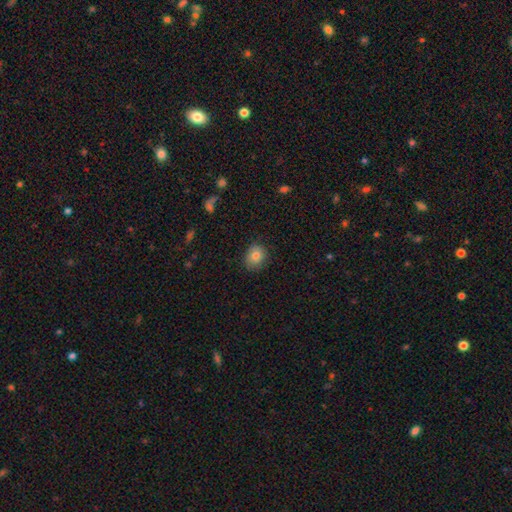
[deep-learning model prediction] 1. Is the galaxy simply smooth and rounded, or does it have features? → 80% smooth, 10% star or artifact, 10% featured or disk.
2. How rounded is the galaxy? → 68% round, 32% in between, 1% cigar-shaped.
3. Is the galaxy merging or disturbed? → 84% none, 13% minor disturbance, 3% major disturbance, 1% merger.